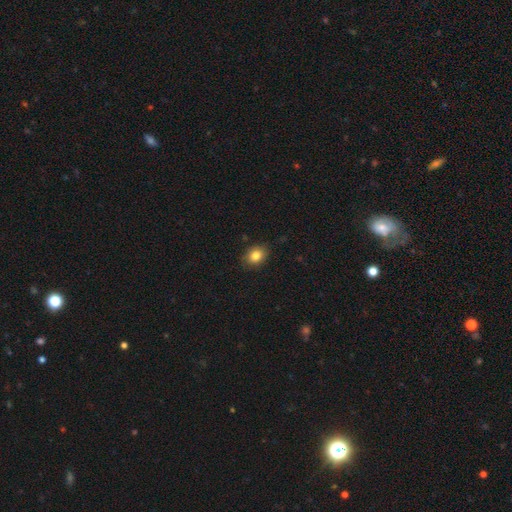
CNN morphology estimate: This is clearly a smooth galaxy (83%). How rounded: possibly in between (59%). Merging: clearly none (83%).